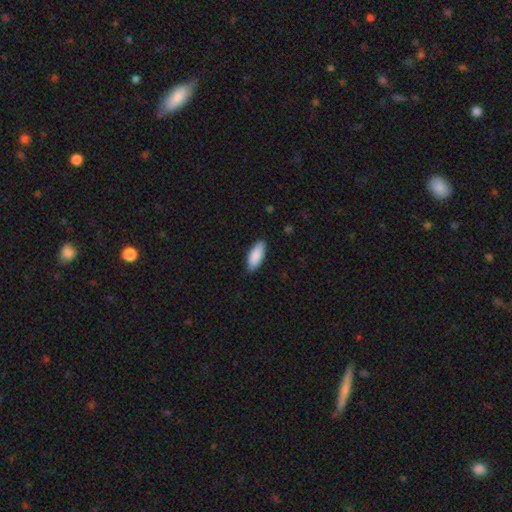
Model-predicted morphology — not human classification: Smooth or featured? Predicted: smooth (p=0.90). How rounded? Predicted: in between (p=0.83). Merging? Predicted: none (p=0.85).